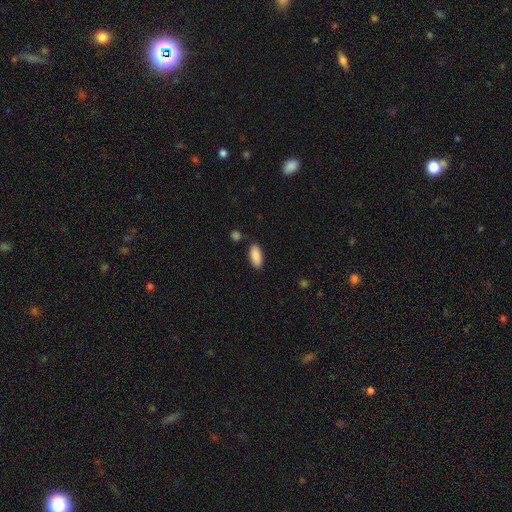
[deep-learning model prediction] A smooth galaxy with no disk features (89%) that is in between round and cigar-shaped (86%). Merging: none (84%).